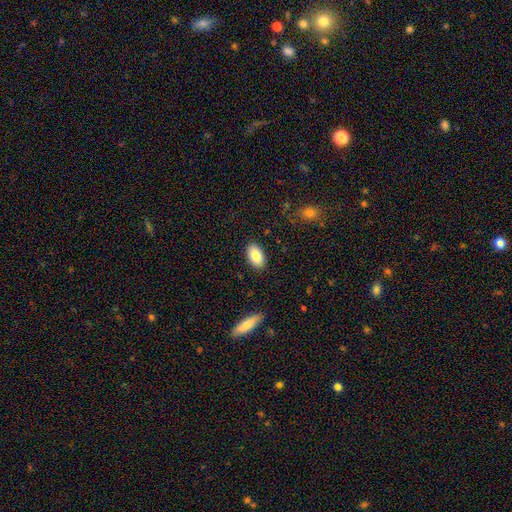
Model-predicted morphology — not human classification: Smooth or featured? Predicted: smooth (p=0.84). How rounded? Predicted: in between (p=0.93). Merging? Predicted: none (p=0.88).